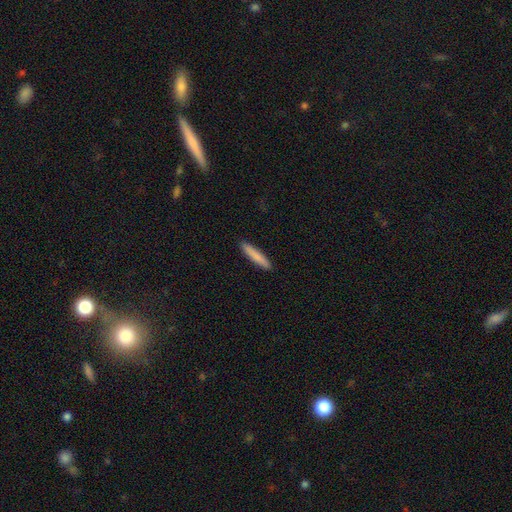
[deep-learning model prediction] smooth-or-featured: smooth: 83% | featured or disk: 11% | star or artifact: 6%
  how-rounded: cigar-shaped: 92% | in between: 7% | round: 1%
  merging: none: 92% | minor disturbance: 6% | major disturbance: 1% | merger: 1%